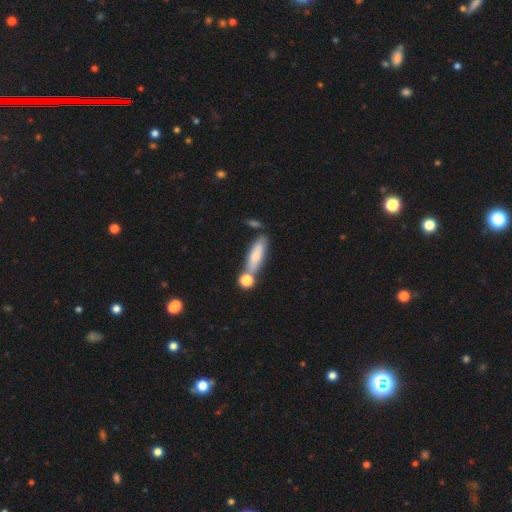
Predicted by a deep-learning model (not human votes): Q: Smooth or featured?
A: smooth (74%); runner-up: featured or disk (19%)
Q: How rounded?
A: cigar-shaped (56%); runner-up: in between (41%)
Q: Merging?
A: none (59%); runner-up: merger (21%)